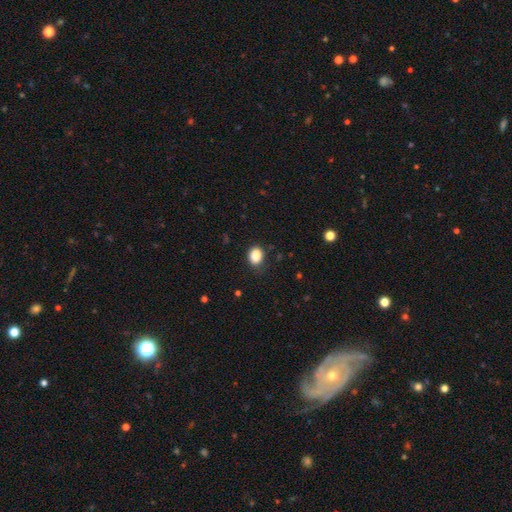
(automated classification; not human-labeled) Smooth or featured? smooth (87%)
How rounded? in between (58%)
Merging? none (81%)